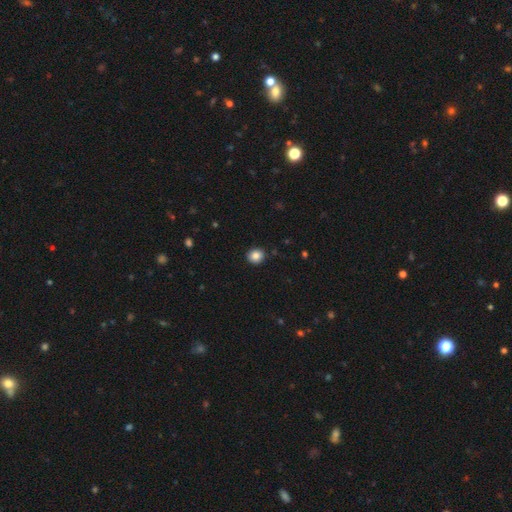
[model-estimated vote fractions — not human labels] The model was most divided on "how rounded": round: 78%, in between: 21%, cigar-shaped: 1%. More confident: merging — none (90%); smooth or featured — smooth (85%).